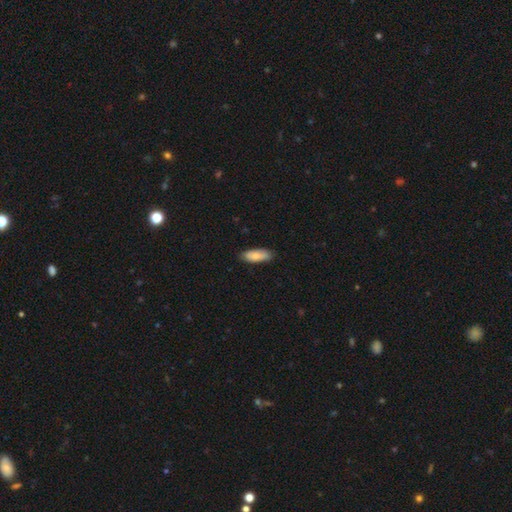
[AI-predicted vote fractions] The model was most divided on "how rounded": in between: 76%, cigar-shaped: 22%, round: 2%. More confident: merging — none (83%); smooth or featured — smooth (76%).